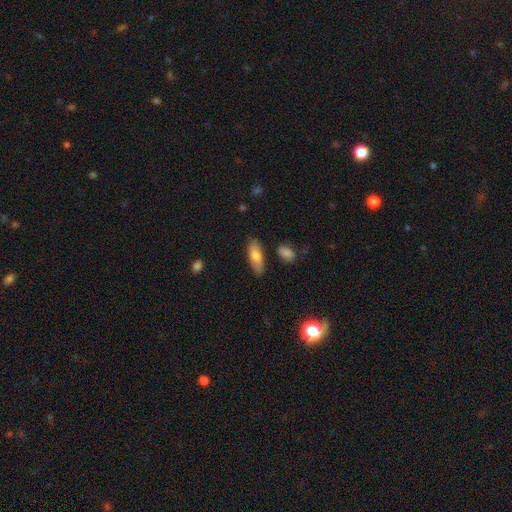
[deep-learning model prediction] Morphology: type=smooth (72%); roundness=in between (71%); merging=none (81%).